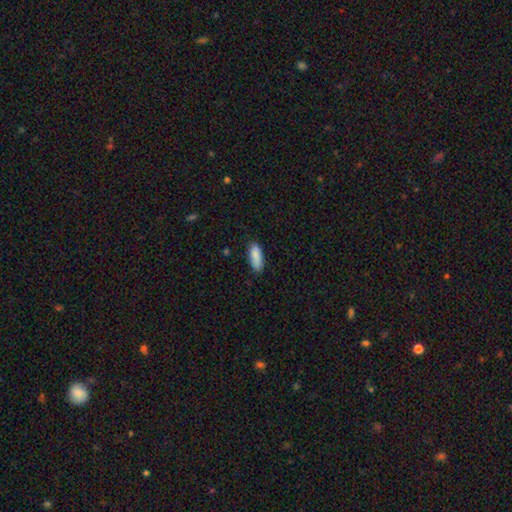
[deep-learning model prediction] Smooth or featured? smooth (88%)
How rounded? in between (74%)
Merging? none (81%)